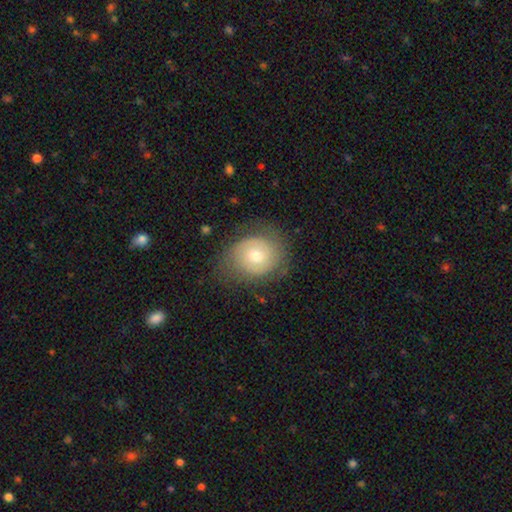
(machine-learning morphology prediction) A smooth galaxy with no disk features (46%). Merging: none (69%).